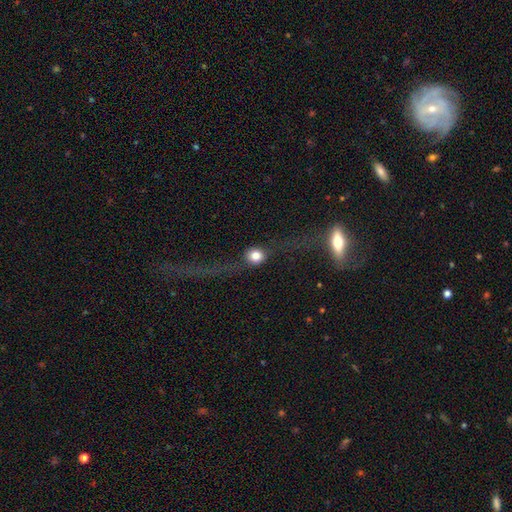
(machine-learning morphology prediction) The model was most divided on "smooth or featured": smooth: 54%, featured or disk: 34%, star or artifact: 12%. More confident: how rounded — round (83%); merging — none (66%).